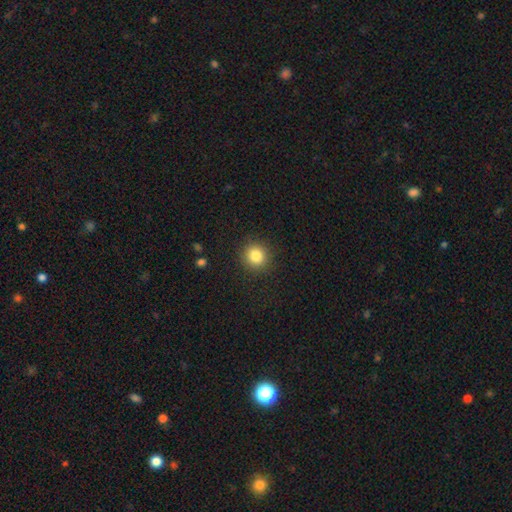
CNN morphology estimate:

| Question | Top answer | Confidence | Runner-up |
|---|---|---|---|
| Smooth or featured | smooth | 84% | star or artifact (11%) |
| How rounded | round | 90% | in between (9%) |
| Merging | none | 90% | minor disturbance (6%) |